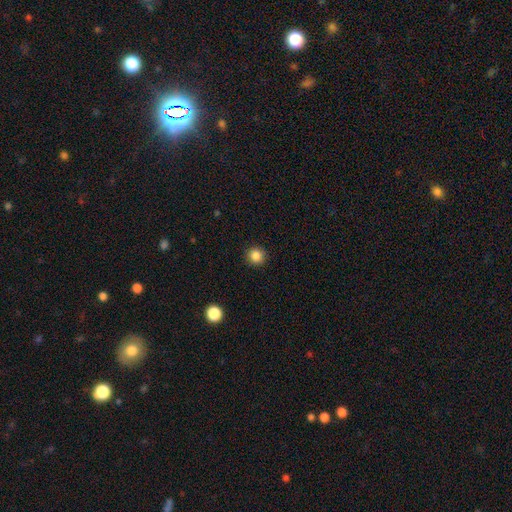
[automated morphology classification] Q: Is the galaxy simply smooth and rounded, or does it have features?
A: smooth — 86%.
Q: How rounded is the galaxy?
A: round — 93%.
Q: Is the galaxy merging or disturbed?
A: none — 91%.